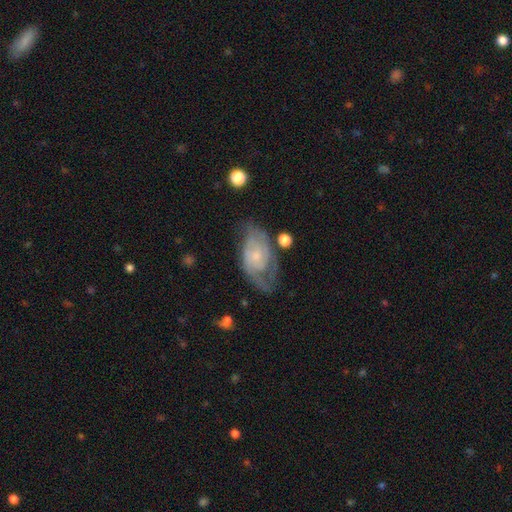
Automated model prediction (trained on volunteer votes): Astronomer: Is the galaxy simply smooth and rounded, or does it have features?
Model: featured or disk — 76%.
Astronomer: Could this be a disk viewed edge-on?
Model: no — 96%.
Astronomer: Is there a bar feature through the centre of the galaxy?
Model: no — 69%.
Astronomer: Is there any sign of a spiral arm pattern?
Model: yes — 89%.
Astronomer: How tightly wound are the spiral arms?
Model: tight — 42% (runner-up: medium, 41%).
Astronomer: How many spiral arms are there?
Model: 2 — 60%.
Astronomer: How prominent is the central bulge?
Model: small — 55%.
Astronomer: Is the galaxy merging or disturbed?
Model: none — 53%.